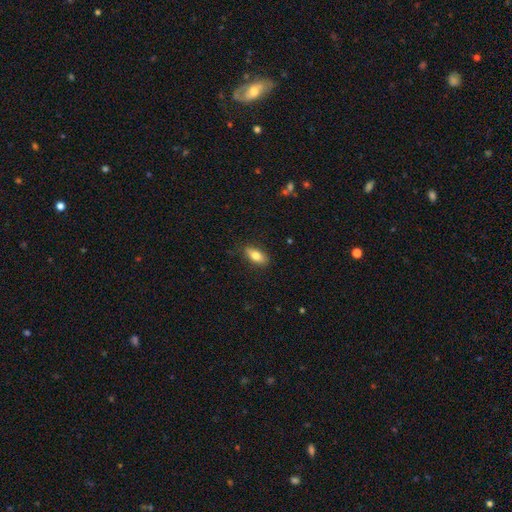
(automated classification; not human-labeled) Smooth or featured: smooth — 77% (featured or disk — 16%)
How rounded: in between — 82% (cigar-shaped — 13%)
Merging: none — 84% (minor disturbance — 13%)